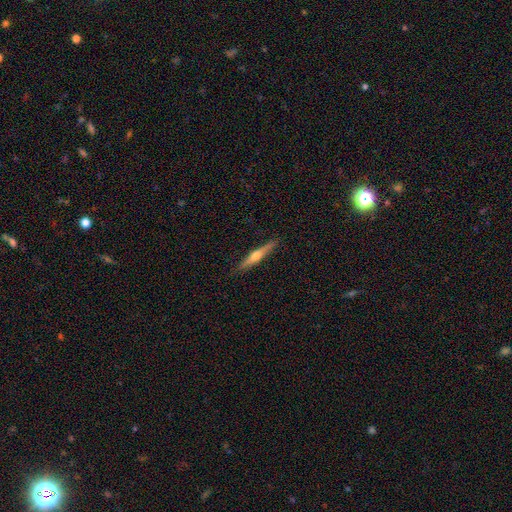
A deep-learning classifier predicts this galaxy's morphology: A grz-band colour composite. It shows a featured or disk galaxy (64%) viewed edge-on (97%) with a rounded central bulge (91%). Merging: none (89%).